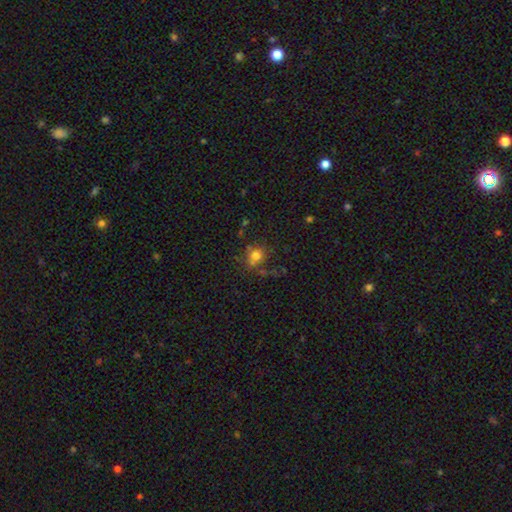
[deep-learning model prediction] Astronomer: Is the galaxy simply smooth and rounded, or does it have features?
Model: smooth — 71%.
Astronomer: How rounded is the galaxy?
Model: round — 82%.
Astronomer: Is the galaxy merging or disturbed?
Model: none — 61%.